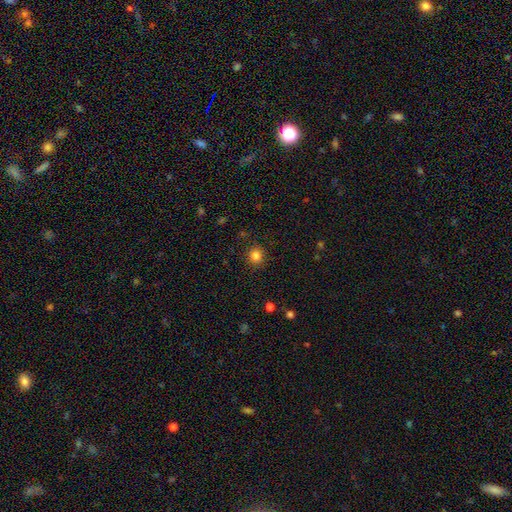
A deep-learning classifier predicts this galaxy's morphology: Smooth or featured?
  - smooth: 83% *
  - star or artifact: 12%
  - featured or disk: 5%
How rounded?
  - round: 91% *
  - in between: 8%
  - cigar-shaped: 1%
Merging?
  - none: 90% *
  - minor disturbance: 7%
  - major disturbance: 2%
  - merger: 1%